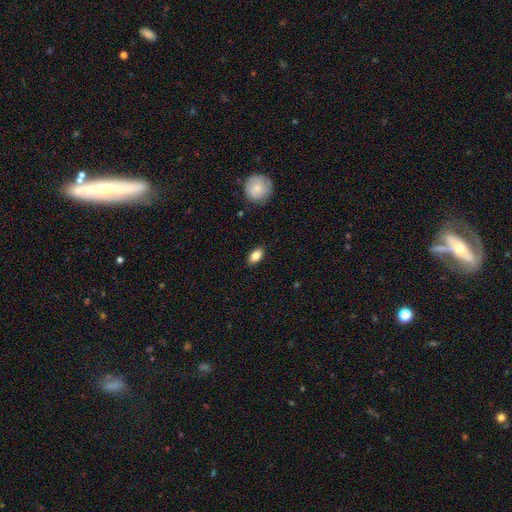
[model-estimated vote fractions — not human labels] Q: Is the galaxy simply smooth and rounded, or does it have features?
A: smooth — 84%.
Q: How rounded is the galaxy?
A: in between — 88%.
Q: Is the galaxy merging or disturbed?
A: none — 87%.